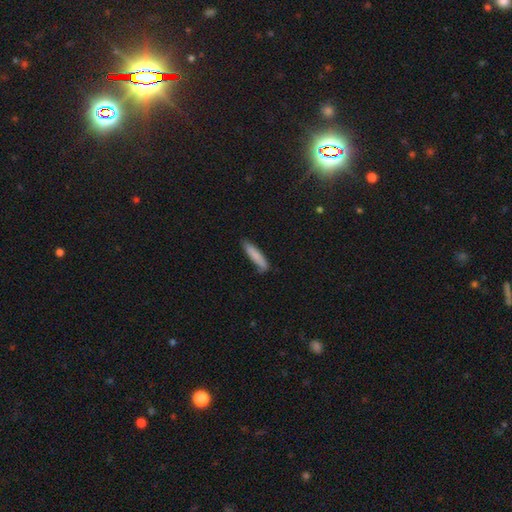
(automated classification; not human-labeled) Morphology: type=smooth (82%); roundness=cigar-shaped (84%); merging=none (77%).